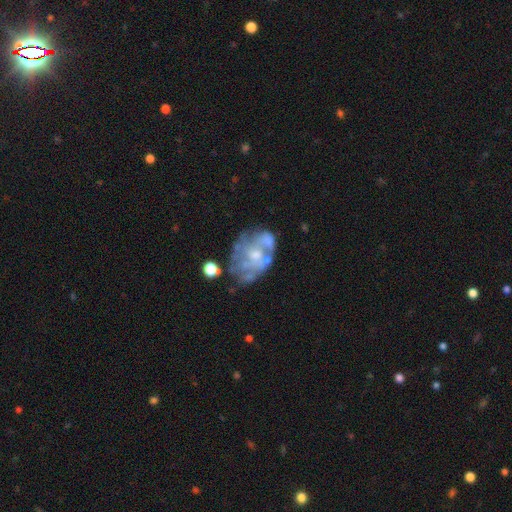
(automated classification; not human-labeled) Overall: featured or disk (71%). Edge-on disk: no (97%). Bar: no (82%). Spiral arms: no (63%; yes 37%). Bulge size: moderate (46%; small 39%). Merging: none (46%; minor disturbance 23%).